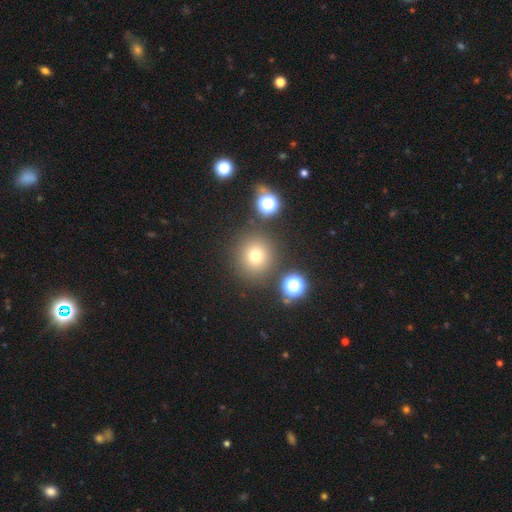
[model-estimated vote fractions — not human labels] Overall: smooth (72%). How rounded: round (93%). Merging: none (85%).